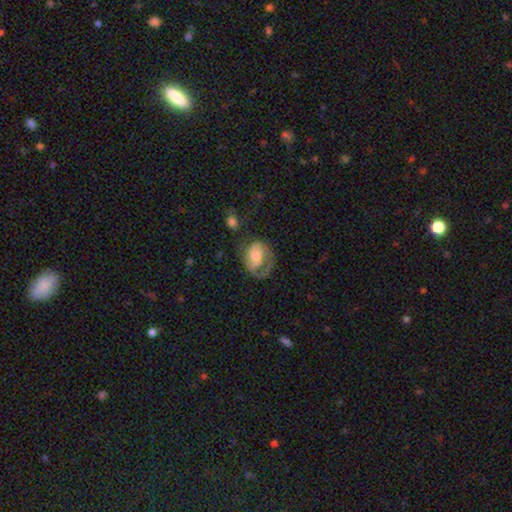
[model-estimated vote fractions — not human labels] Morphology: type=featured or disk (63%); edge-on=no (97%); bar=no (65%); spiral arms=yes (82%); bulge=moderate (50%); merging=none (42%).